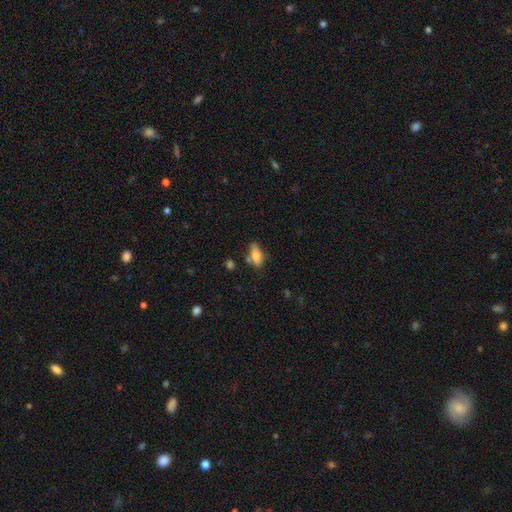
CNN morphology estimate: Smooth or featured: smooth — 78% (featured or disk — 15%)
How rounded: in between — 78% (cigar-shaped — 18%)
Merging: none — 60% (minor disturbance — 23%)